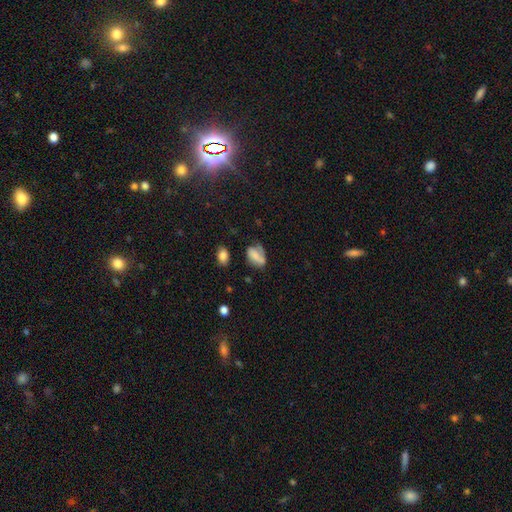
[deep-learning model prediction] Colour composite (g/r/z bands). It shows a smooth galaxy with no disk features (65%) that is in between round and cigar-shaped (84%). Merging: none (45%).